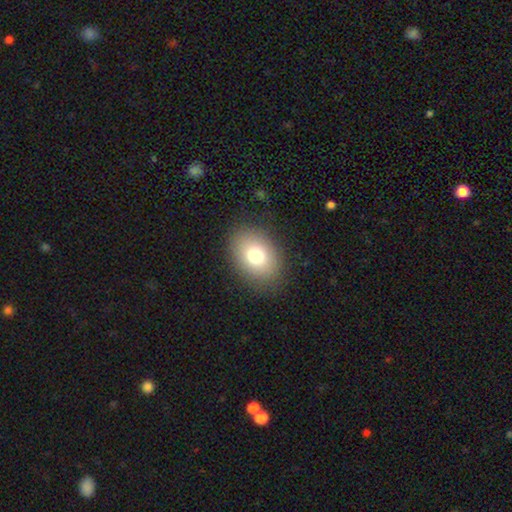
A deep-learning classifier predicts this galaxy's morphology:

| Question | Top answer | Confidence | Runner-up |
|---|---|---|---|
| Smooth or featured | smooth | 77% | featured or disk (13%) |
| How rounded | in between | 71% | round (28%) |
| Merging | none | 85% | minor disturbance (10%) |